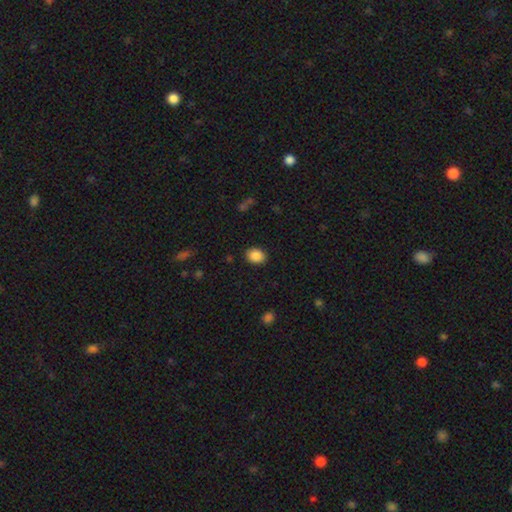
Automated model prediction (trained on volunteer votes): A smooth galaxy with no disk features (88%) that is in between round and cigar-shaped (63%).

Vote fractions:
- Smooth or featured? smooth: 88% / star or artifact: 8% / featured or disk: 4%
- How rounded? in between: 63% / round: 37% / cigar-shaped: 1%
- Merging? none: 88% / minor disturbance: 8% / major disturbance: 2% / merger: 1%